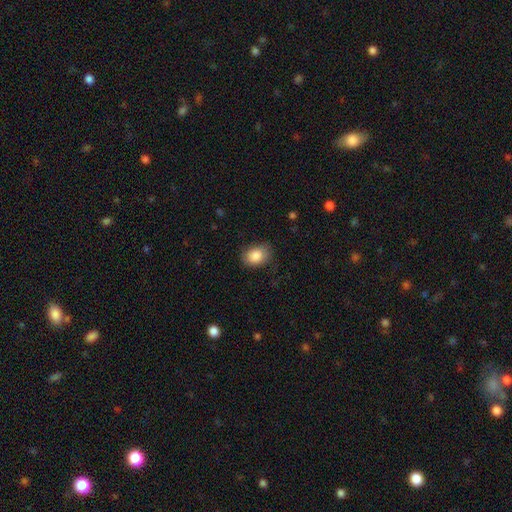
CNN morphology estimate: type=smooth (86%); roundness=in between (69%); merging=none (74%).